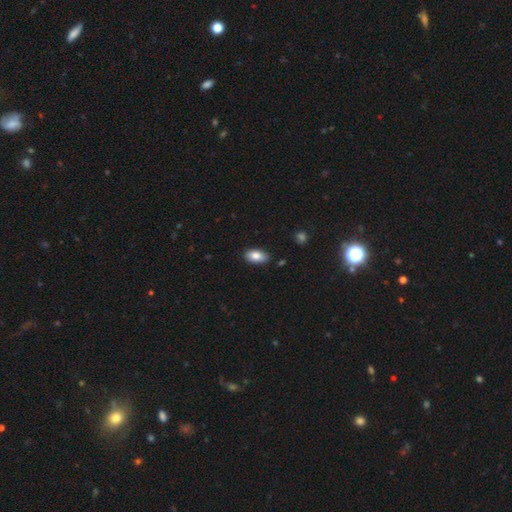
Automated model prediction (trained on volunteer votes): The model was most divided on "smooth or featured": smooth: 83%, featured or disk: 10%, star or artifact: 7%. More confident: how rounded — in between (93%); merging — none (85%).